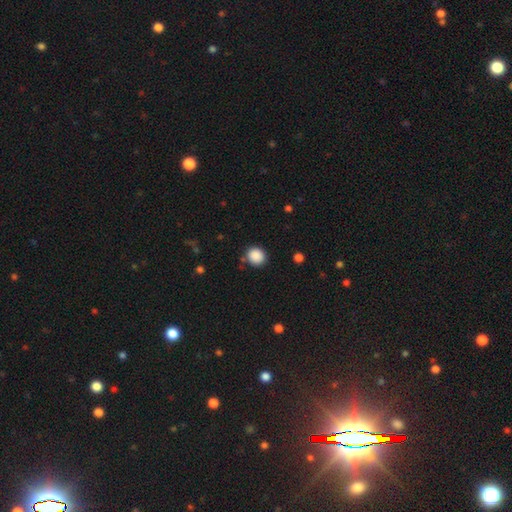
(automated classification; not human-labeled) This is clearly a smooth galaxy (88%). How rounded: clearly round (84%). Merging: clearly none (86%).